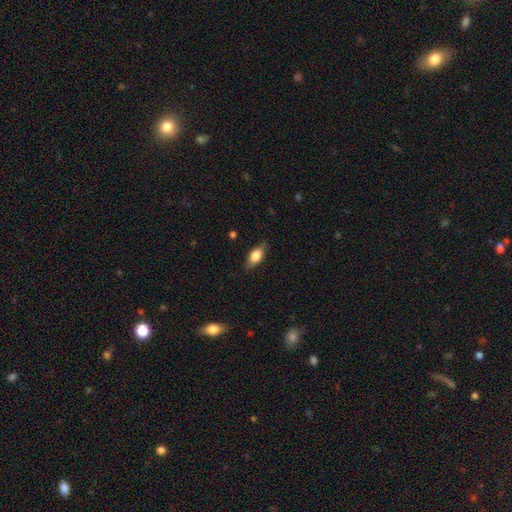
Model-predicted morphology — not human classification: Smooth or featured?
  - smooth: 73% *
  - featured or disk: 20%
  - star or artifact: 7%
How rounded?
  - in between: 82% *
  - cigar-shaped: 13%
  - round: 5%
Merging?
  - none: 80% *
  - minor disturbance: 15%
  - major disturbance: 3%
  - merger: 1%